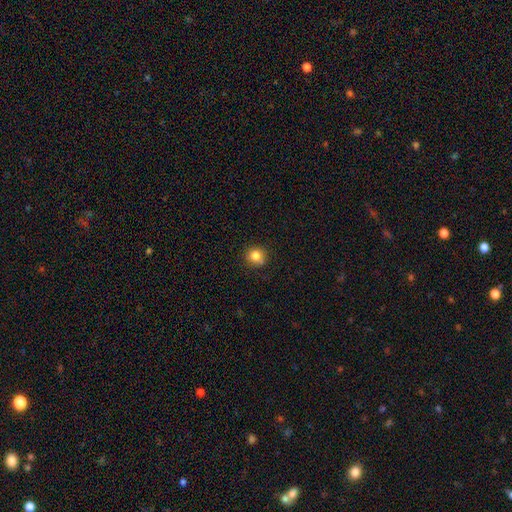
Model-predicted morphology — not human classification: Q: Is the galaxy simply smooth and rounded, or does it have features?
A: smooth — 81%.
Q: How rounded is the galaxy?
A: round — 90%.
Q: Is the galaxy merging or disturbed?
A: none — 81%.